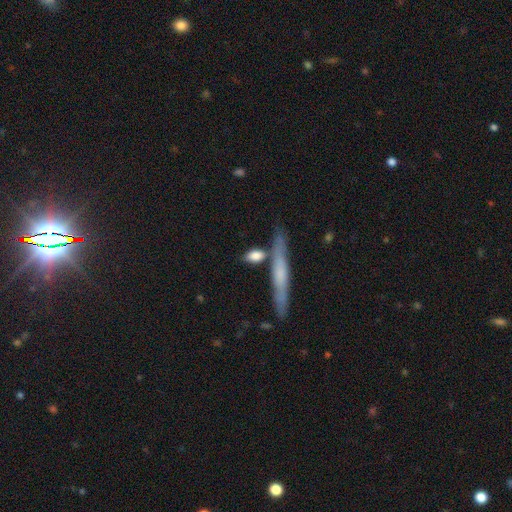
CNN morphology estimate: smooth_or_featured: smooth (p=0.76) [alt: featured or disk p=0.18]
how_rounded: in between (p=0.58) [alt: cigar-shaped p=0.33]
merging: none (p=0.64) [alt: merger p=0.16]